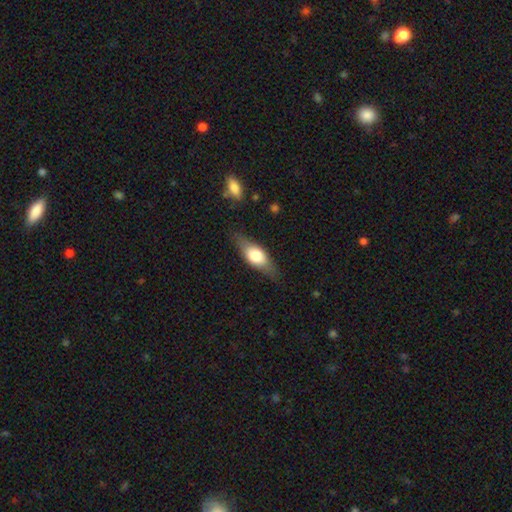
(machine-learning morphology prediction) smooth_or_featured: smooth (p=0.56) [alt: featured or disk p=0.38]
how_rounded: in between (p=0.70) [alt: cigar-shaped p=0.26]
merging: none (p=0.78) [alt: minor disturbance p=0.16]